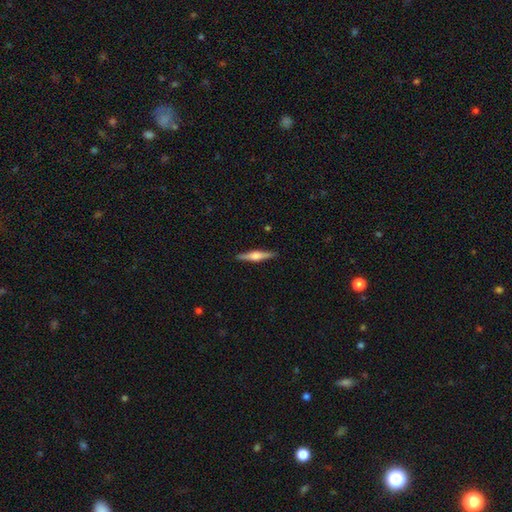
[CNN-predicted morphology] Smooth or featured? Predicted: featured or disk (p=0.68). Edge-on disk? Predicted: yes (p=0.98). Edge-on bulge? Predicted: rounded (p=0.85). Merging? Predicted: none (p=0.91).